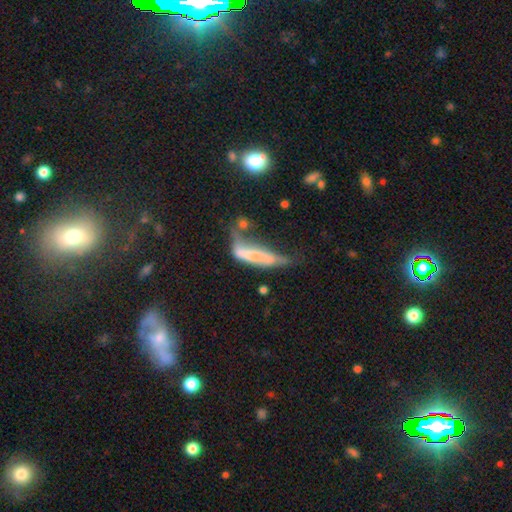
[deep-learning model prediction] smooth 48%, featured or disk 40%, star or artifact 12%. Down the decision tree: merging — major disturbance (39%).